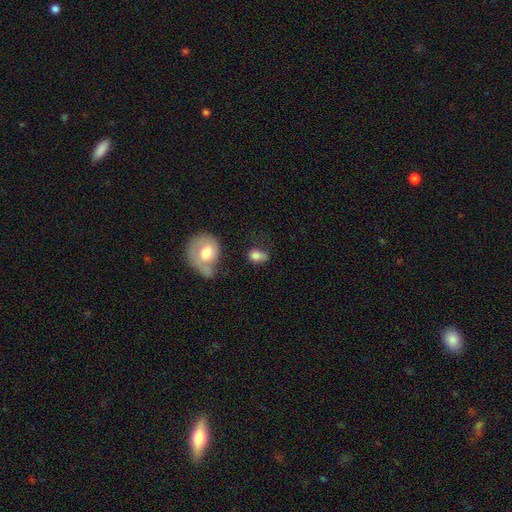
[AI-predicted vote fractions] Morphology: type=smooth (81%); roundness=in between (76%); merging=none (47%).